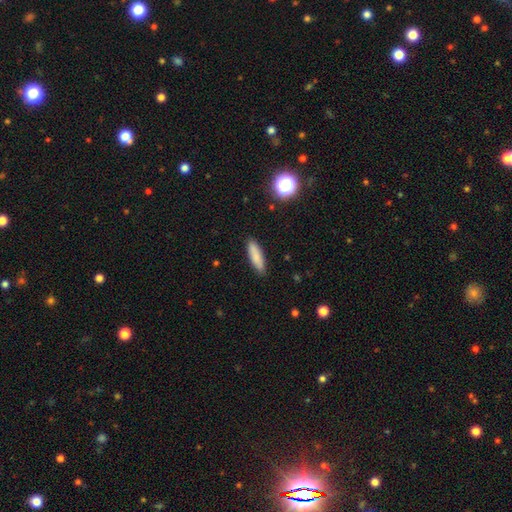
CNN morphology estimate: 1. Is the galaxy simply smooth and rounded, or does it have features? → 84% smooth, 9% featured or disk, 7% star or artifact.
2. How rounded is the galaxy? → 63% cigar-shaped, 35% in between, 2% round.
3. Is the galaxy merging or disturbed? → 89% none, 8% minor disturbance, 2% major disturbance, 1% merger.